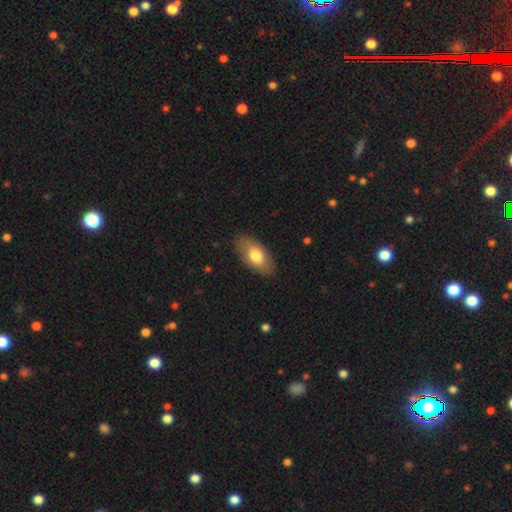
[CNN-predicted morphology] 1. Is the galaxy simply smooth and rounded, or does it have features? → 74% smooth, 20% featured or disk, 6% star or artifact.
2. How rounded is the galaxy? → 92% in between, 4% cigar-shaped, 4% round.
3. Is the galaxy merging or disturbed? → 85% none, 11% minor disturbance, 3% major disturbance, 1% merger.